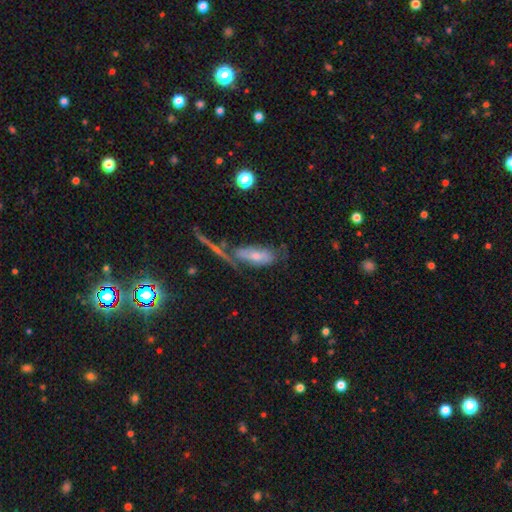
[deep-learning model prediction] Smooth or featured?
  - smooth: 51% *
  - featured or disk: 39%
  - star or artifact: 10%
How rounded?
  - in between: 69% *
  - cigar-shaped: 27%
  - round: 3%
Merging?
  - none: 43% *
  - merger: 22%
  - minor disturbance: 21%
  - major disturbance: 14%